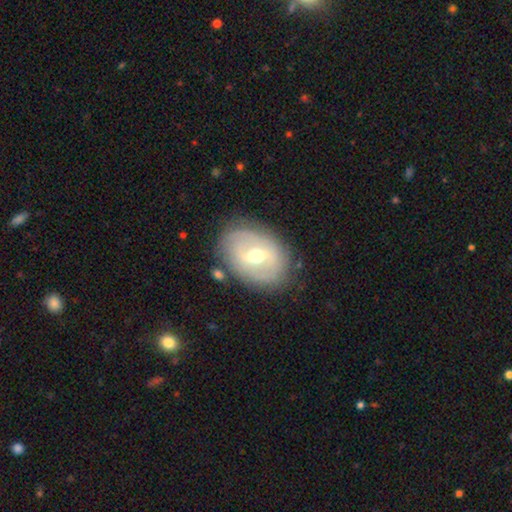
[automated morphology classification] type=featured or disk (66%); edge-on=no (94%); bar=weak (49%); spiral arms=yes (55%); bulge=moderate (74%); merging=none (76%).